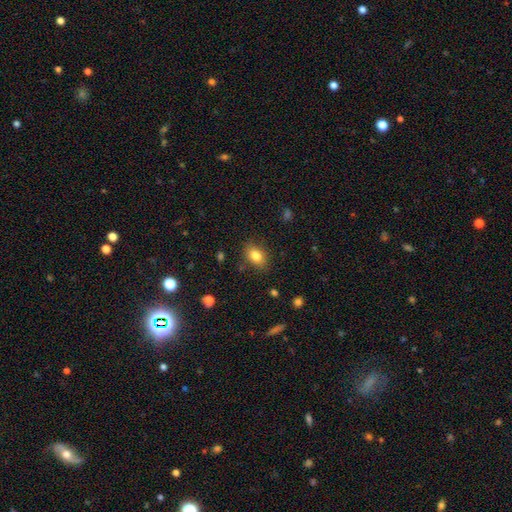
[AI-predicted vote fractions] Smooth or featured: smooth — 82% (star or artifact — 9%)
How rounded: in between — 78% (round — 21%)
Merging: none — 84% (minor disturbance — 11%)